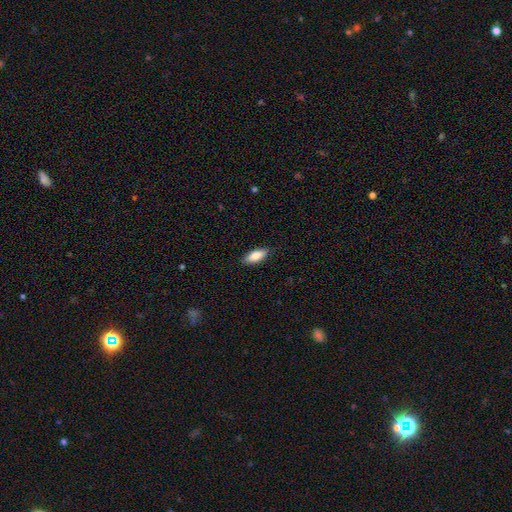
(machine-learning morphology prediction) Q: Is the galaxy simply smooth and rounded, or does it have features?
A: smooth — 83%.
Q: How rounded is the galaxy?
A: in between — 76%.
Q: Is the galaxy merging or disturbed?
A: none — 87%.